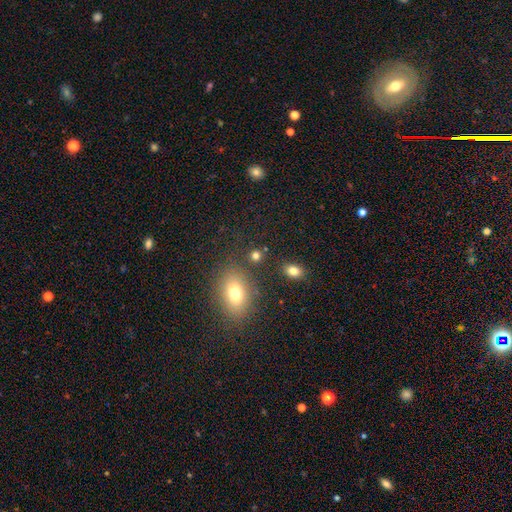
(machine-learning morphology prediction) Smooth or featured?
  - smooth: 80% *
  - star or artifact: 14%
  - featured or disk: 6%
How rounded?
  - round: 70% *
  - in between: 28%
  - cigar-shaped: 2%
Merging?
  - none: 80% *
  - minor disturbance: 9%
  - merger: 7%
  - major disturbance: 4%